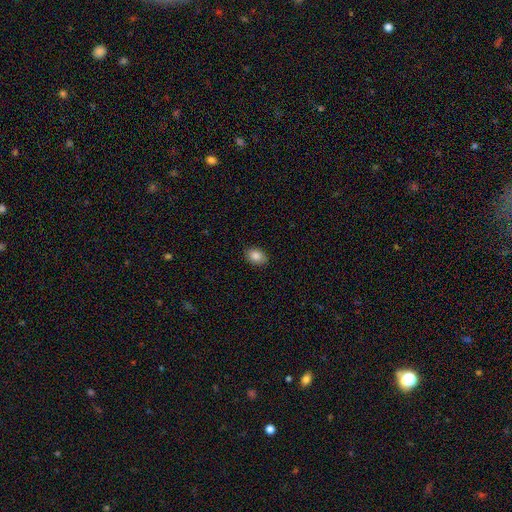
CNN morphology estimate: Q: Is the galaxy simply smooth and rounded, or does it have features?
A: smooth — 87%.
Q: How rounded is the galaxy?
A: in between — 76%.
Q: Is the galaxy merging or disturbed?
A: none — 88%.